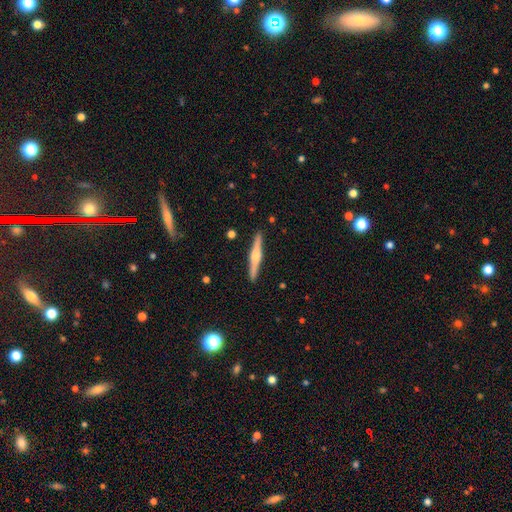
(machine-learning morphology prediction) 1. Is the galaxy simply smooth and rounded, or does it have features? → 69% featured or disk, 25% smooth, 5% star or artifact.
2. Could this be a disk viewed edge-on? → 98% yes, 2% no.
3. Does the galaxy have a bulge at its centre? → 87% rounded, 8% boxy, 4% none.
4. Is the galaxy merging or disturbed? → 91% none, 6% minor disturbance, 1% major disturbance, 1% merger.